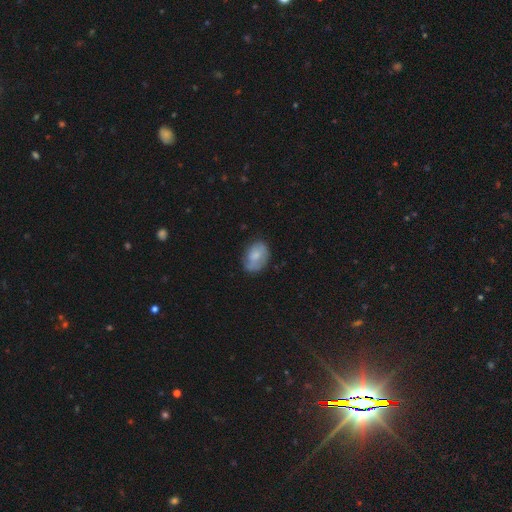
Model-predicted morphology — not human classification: type=smooth (68%); roundness=in between (82%); merging=none (61%).